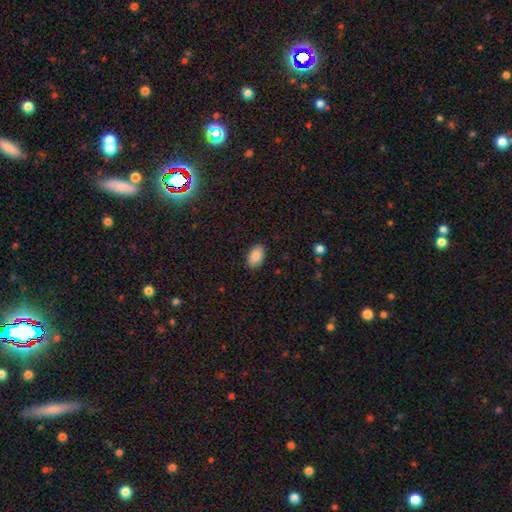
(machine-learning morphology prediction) This appears to be a smooth galaxy with no disk features (86%) that is in between round and cigar-shaped (91%). Merging: none (89%).